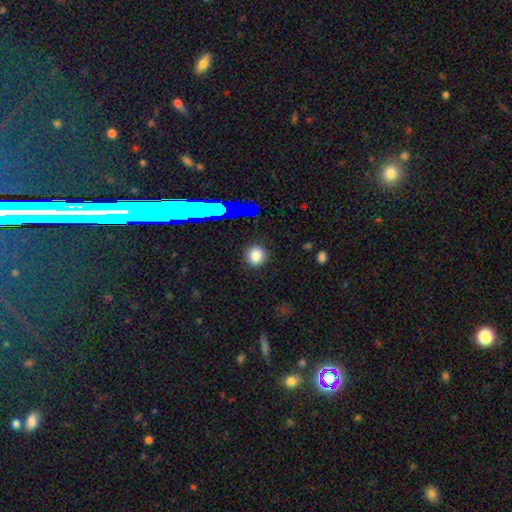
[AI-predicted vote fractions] Q: Smooth or featured?
A: smooth (80%); runner-up: star or artifact (14%)
Q: How rounded?
A: round (91%); runner-up: in between (8%)
Q: Merging?
A: none (89%); runner-up: minor disturbance (7%)